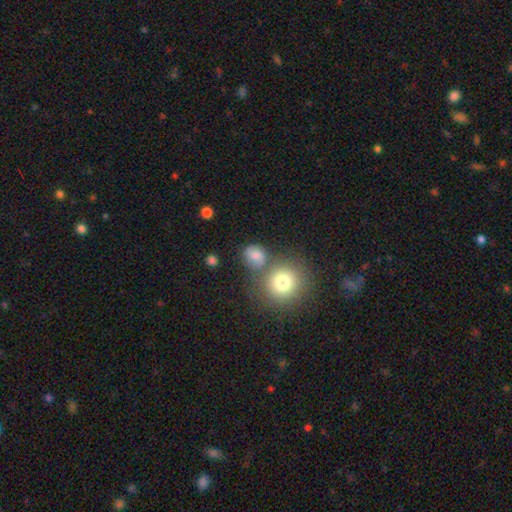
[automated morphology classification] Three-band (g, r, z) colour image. It shows a smooth galaxy with no disk features (71%) that is round (67%). Merging: none (57%).